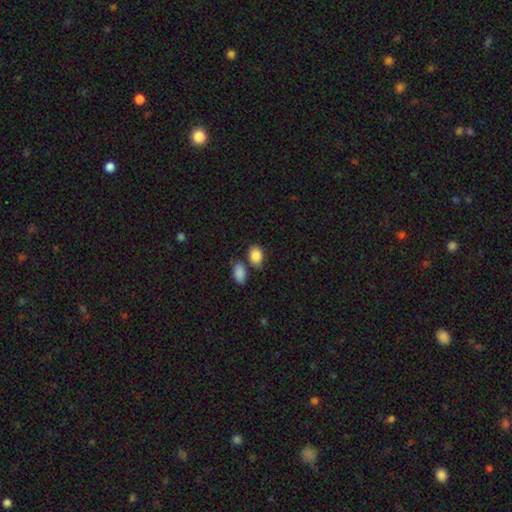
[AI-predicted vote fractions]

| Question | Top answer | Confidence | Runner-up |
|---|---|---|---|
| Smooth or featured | smooth | 88% | star or artifact (8%) |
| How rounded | in between | 76% | round (22%) |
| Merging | none | 62% | merger (19%) |